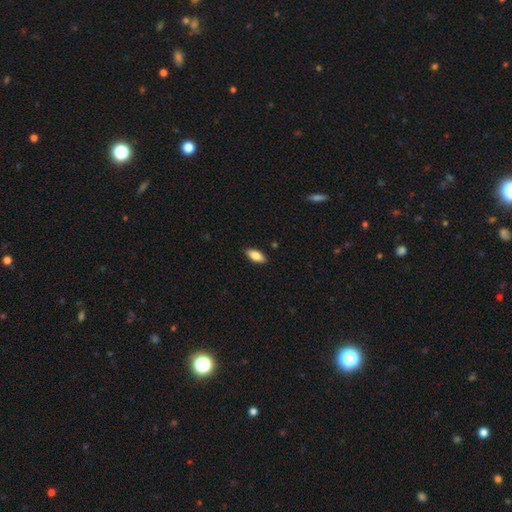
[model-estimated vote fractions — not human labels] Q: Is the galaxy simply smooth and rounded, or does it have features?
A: smooth — 84%.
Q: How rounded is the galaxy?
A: in between — 88%.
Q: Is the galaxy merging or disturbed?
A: none — 88%.